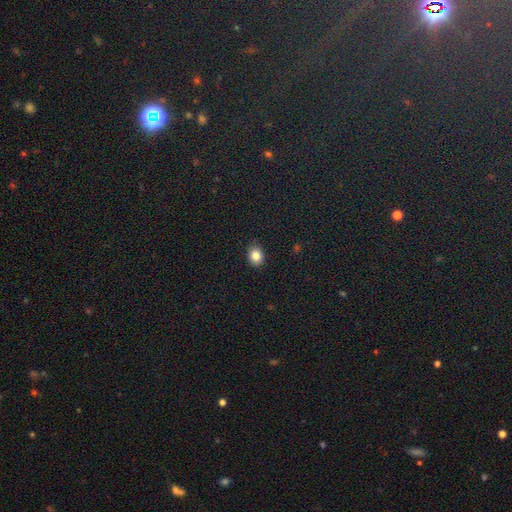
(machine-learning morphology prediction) type=smooth (84%); roundness=round (56%); merging=none (88%).